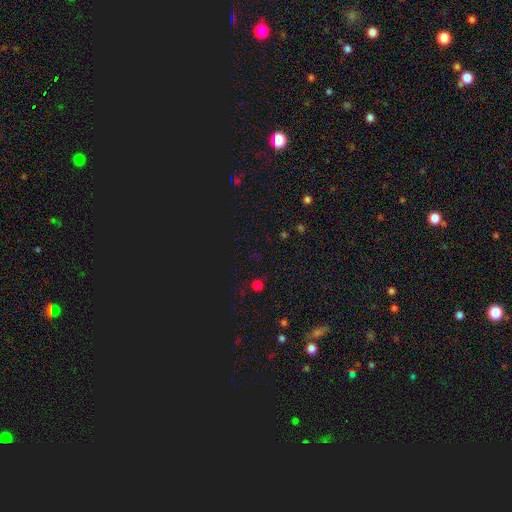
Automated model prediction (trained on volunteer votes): Morphology: type=star or artifact (60%).